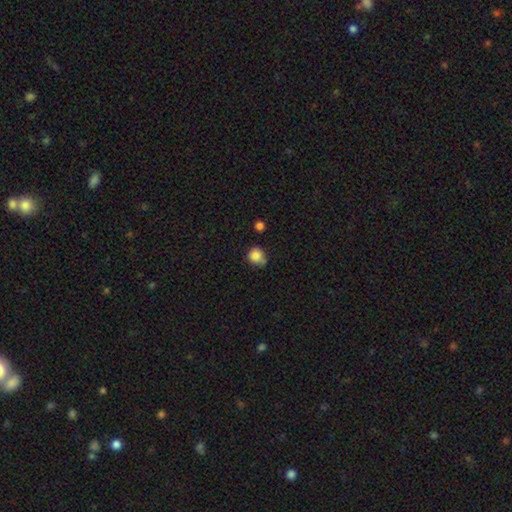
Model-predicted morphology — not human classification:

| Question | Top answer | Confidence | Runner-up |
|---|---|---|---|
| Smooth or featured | smooth | 84% | star or artifact (10%) |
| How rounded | round | 83% | in between (16%) |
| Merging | none | 60% | minor disturbance (30%) |